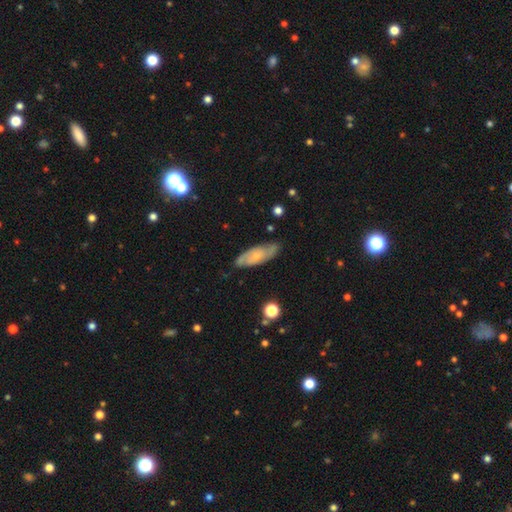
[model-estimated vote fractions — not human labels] Q: Smooth or featured?
A: featured or disk (59%); runner-up: smooth (35%)
Q: Edge-on disk?
A: no (82%); runner-up: yes (18%)
Q: Merging?
A: none (79%); runner-up: minor disturbance (16%)